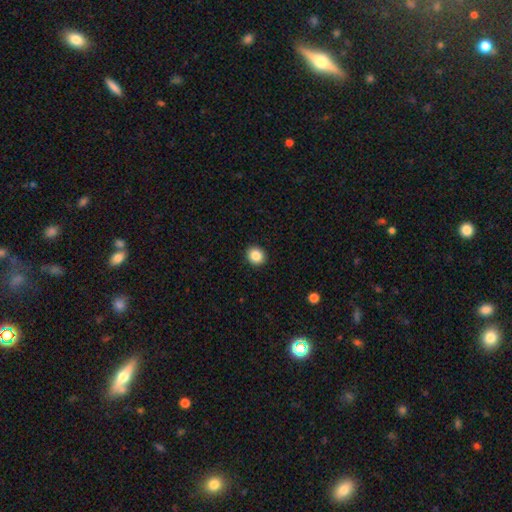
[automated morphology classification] Smooth or featured?
  - smooth: 86% *
  - star or artifact: 9%
  - featured or disk: 5%
How rounded?
  - round: 79% *
  - in between: 20%
  - cigar-shaped: 1%
Merging?
  - none: 92% *
  - minor disturbance: 5%
  - major disturbance: 2%
  - merger: 1%